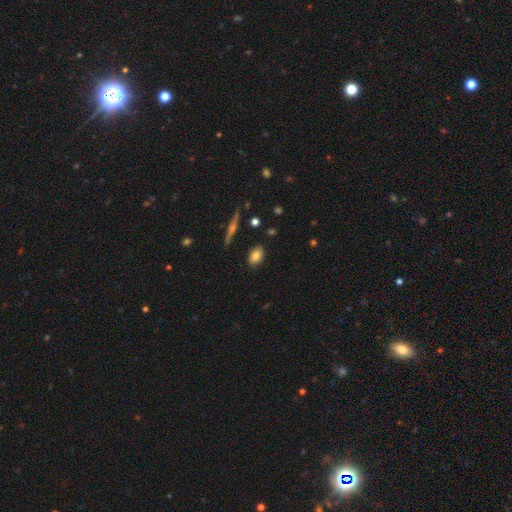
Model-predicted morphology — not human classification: A smooth galaxy with no disk features (79%) that is in between round and cigar-shaped (85%). Merging: none (85%).